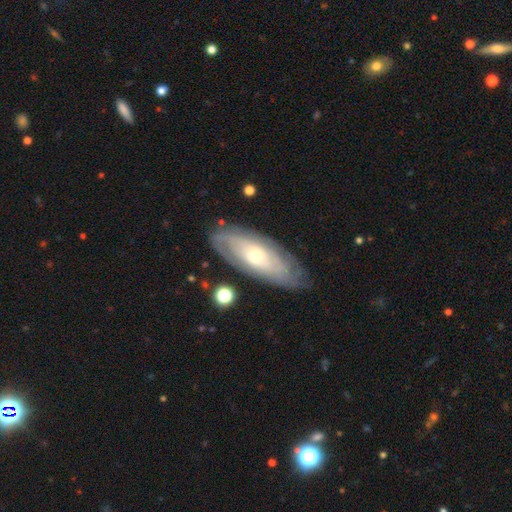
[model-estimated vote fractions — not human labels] The model was most divided on "bulge size": moderate: 49%, small: 46%, large: 3%, none: 1%, dominant: 1%. More confident: edge-on disk — no (83%); merging — none (78%); spiral arms — yes (77%); bar — no (76%); smooth or featured — featured or disk (71%).